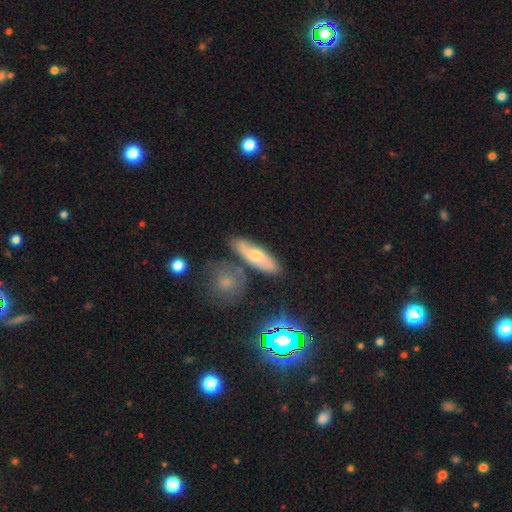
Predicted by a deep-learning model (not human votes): Smooth or featured? Predicted: smooth (p=0.49). Merging? Predicted: none (p=0.70).